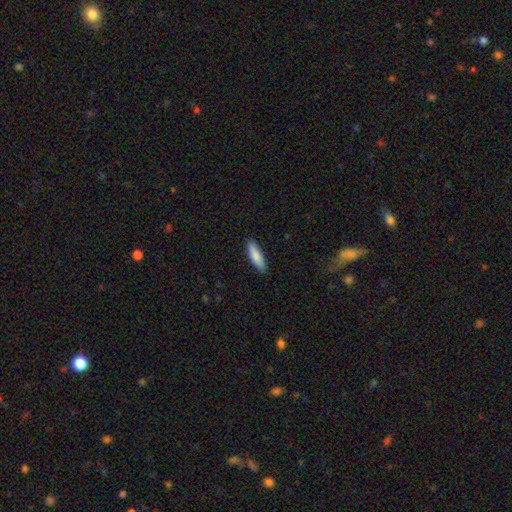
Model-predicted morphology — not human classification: smooth 85%, featured or disk 10%, star or artifact 5%. Down the decision tree: how rounded — cigar-shaped (57%); merging — none (88%).